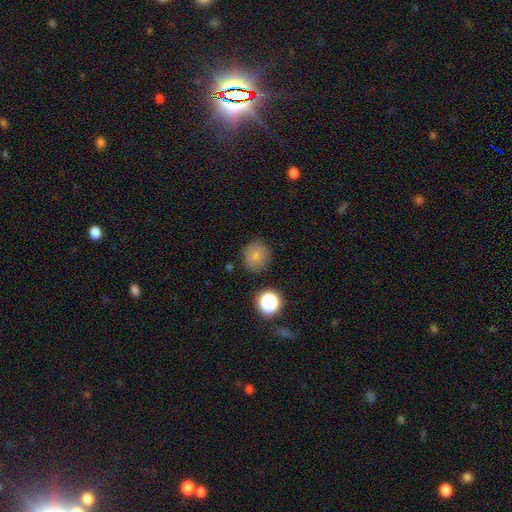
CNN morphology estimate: type=smooth (77%); roundness=round (92%); merging=none (82%).